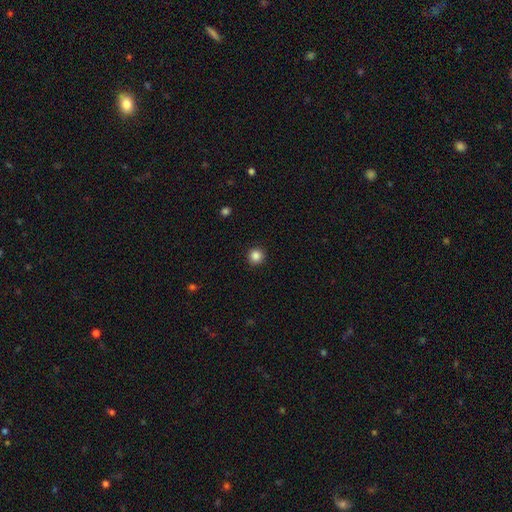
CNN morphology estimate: Q: Smooth or featured?
A: smooth (86%); runner-up: star or artifact (11%)
Q: How rounded?
A: round (94%); runner-up: in between (5%)
Q: Merging?
A: none (92%); runner-up: minor disturbance (5%)